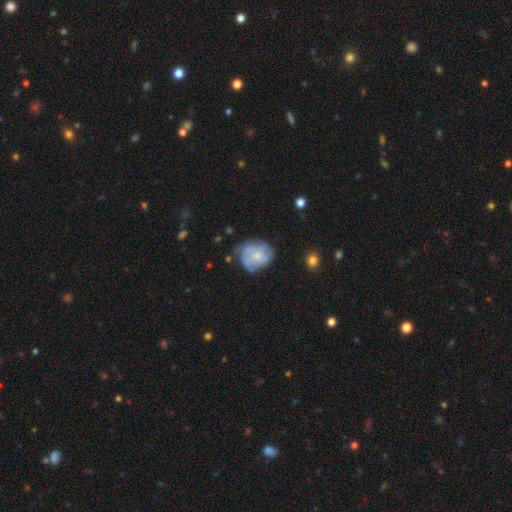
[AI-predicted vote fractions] Smooth or featured? Predicted: featured or disk (p=0.67). Edge-on disk? Predicted: no (p=0.98). Bar? Predicted: no (p=0.74). Spiral arms? Predicted: yes (p=0.85). Spiral winding? Predicted: tight (p=0.44). Spiral arm count? Predicted: can't tell (p=0.32). Bulge size? Predicted: small (p=0.58). Merging? Predicted: none (p=0.60).